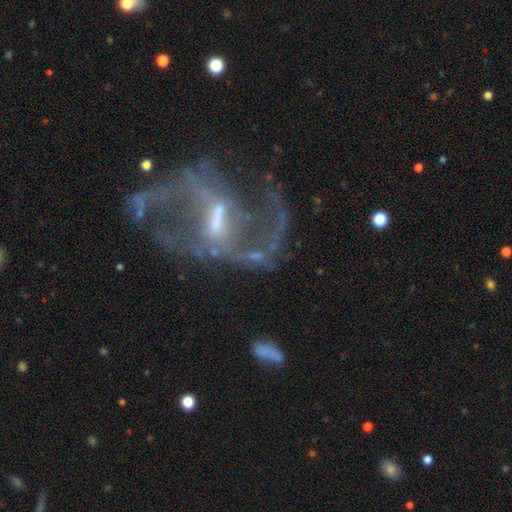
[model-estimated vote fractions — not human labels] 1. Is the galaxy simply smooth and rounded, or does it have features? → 88% featured or disk, 8% star or artifact, 4% smooth.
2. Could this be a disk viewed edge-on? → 97% no, 3% yes.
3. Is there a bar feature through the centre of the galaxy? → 51% weak, 36% strong, 12% no.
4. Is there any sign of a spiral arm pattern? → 93% yes, 7% no.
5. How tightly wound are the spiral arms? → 52% loose, 39% medium, 9% tight.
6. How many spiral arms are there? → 83% 2, 6% can't tell, 4% 3, 3% 1, 2% 4, 2% more than 4.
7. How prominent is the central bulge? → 47% small, 35% moderate, 13% none, 3% large, 1% dominant.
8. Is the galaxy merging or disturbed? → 61% none, 20% major disturbance, 16% minor disturbance, 4% merger.